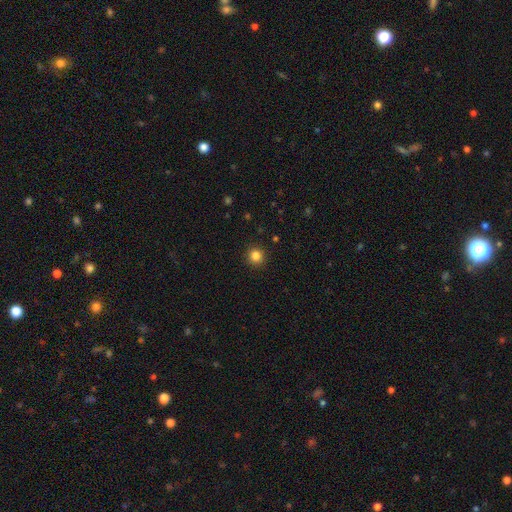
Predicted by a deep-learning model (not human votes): A smooth galaxy with no disk features (84%) that is round (94%). Merging: none (92%).